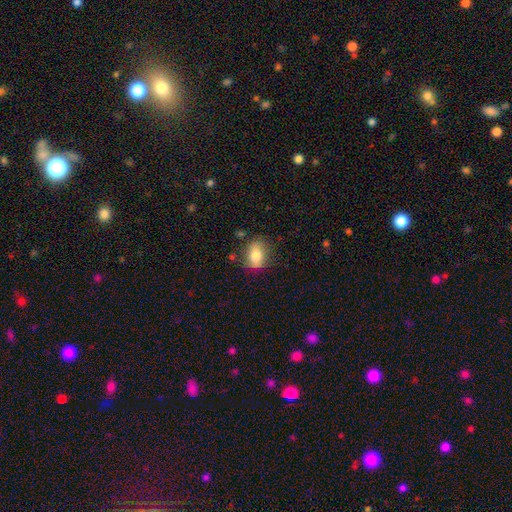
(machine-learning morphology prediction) This appears to be a smooth galaxy with no disk features (75%) that is in between round and cigar-shaped (74%). Merging: none (72%).